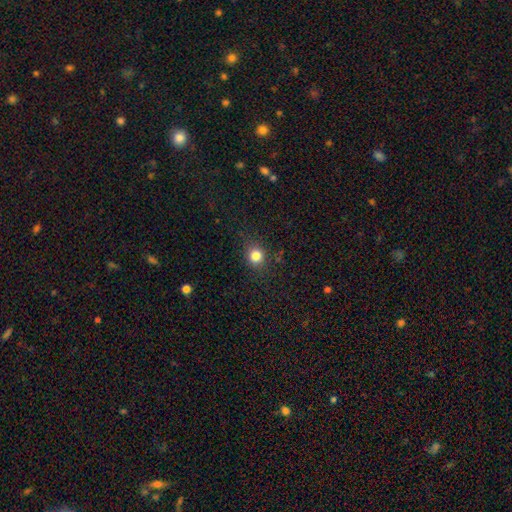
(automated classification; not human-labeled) smooth_or_featured: smooth (p=0.82) [alt: star or artifact p=0.13]
how_rounded: round (p=0.84) [alt: in between p=0.15]
merging: none (p=0.85) [alt: minor disturbance p=0.10]